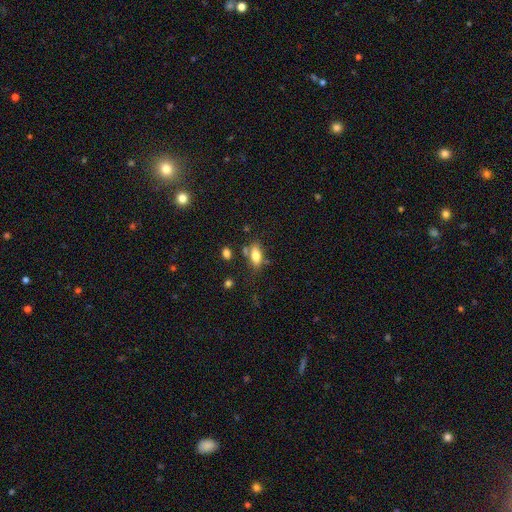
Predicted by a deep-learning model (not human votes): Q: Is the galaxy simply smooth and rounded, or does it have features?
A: smooth — 76%.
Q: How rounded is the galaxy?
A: in between — 84%.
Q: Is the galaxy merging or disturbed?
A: none — 65%.